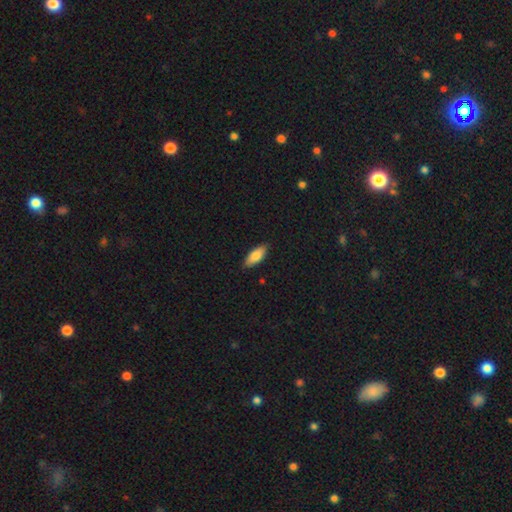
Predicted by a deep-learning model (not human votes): Smooth or featured? Predicted: smooth (p=0.79). How rounded? Predicted: in between (p=0.79). Merging? Predicted: none (p=0.87).